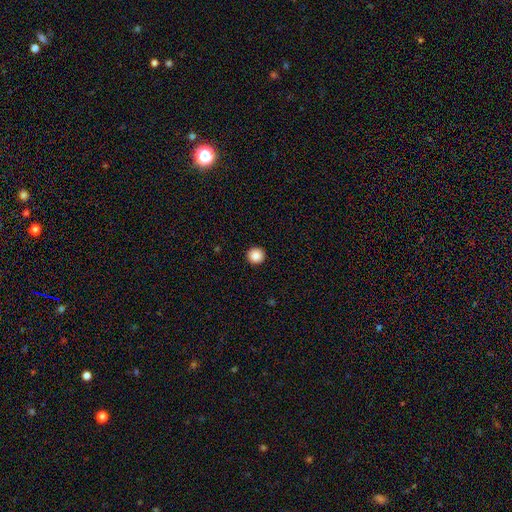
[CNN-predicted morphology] Overall: smooth (87%). How rounded: round (96%). Merging: none (93%).